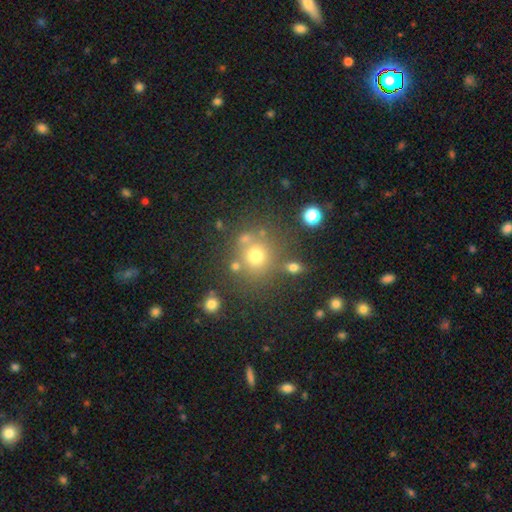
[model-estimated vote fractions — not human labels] A smooth galaxy with no disk features (68%) that is round (87%). Merging: none (70%).